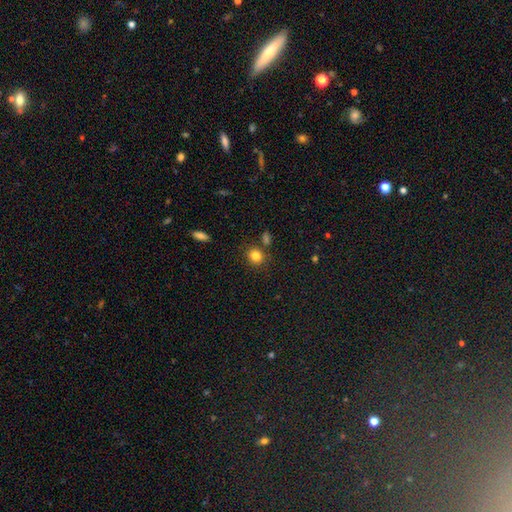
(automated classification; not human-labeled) smooth 83%, star or artifact 11%, featured or disk 6%. Down the decision tree: how rounded — round (76%); merging — none (78%).